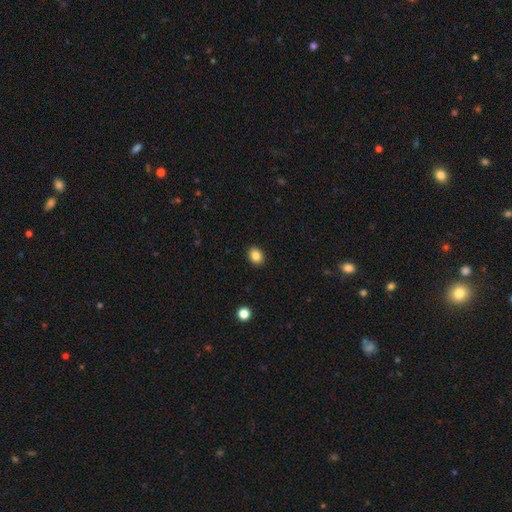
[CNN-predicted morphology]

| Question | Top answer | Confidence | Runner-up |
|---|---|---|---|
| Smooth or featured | smooth | 85% | star or artifact (10%) |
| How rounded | in between | 53% | round (46%) |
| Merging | none | 91% | minor disturbance (6%) |